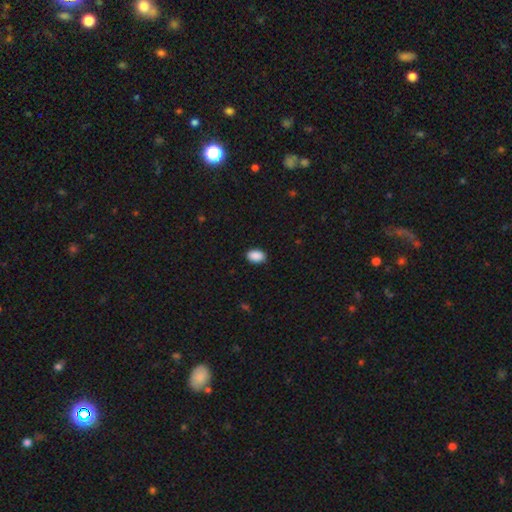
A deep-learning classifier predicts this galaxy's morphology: smooth 90%, star or artifact 7%, featured or disk 2%. Down the decision tree: how rounded — in between (87%); merging — none (88%).